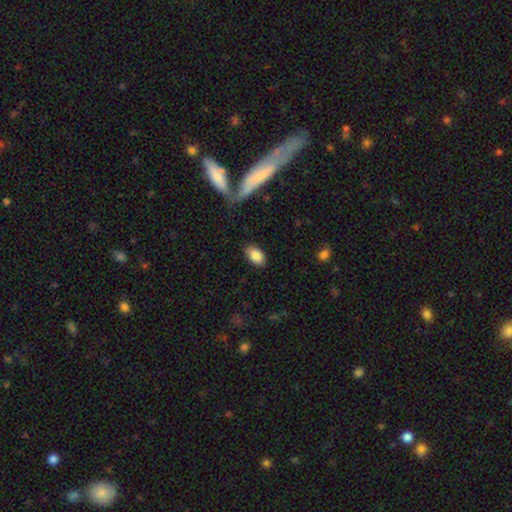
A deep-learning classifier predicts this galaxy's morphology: Smooth or featured? Predicted: smooth (p=0.85). How rounded? Predicted: in between (p=0.91). Merging? Predicted: none (p=0.84).